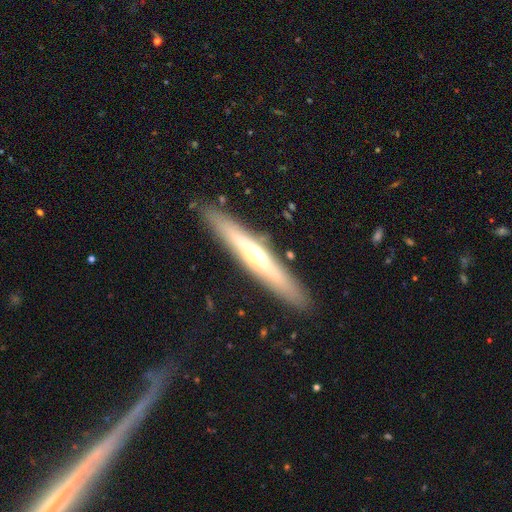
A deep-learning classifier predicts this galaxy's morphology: Smooth or featured? featured or disk (62%)
Edge-on disk? yes (90%)
Edge-on bulge? rounded (71%)
Merging? none (88%)